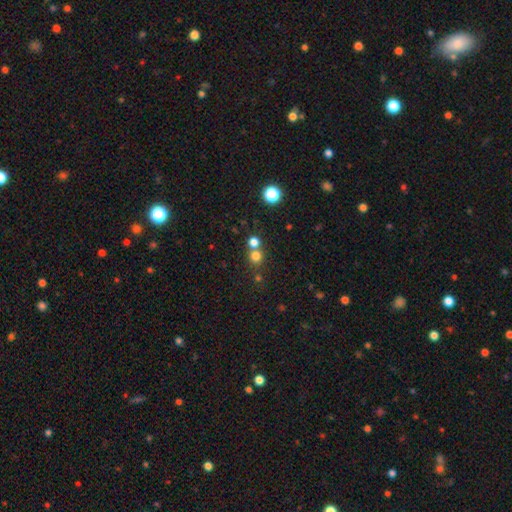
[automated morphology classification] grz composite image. It shows a smooth galaxy with no disk features (75%) that is round (89%). Merging: none (57%).